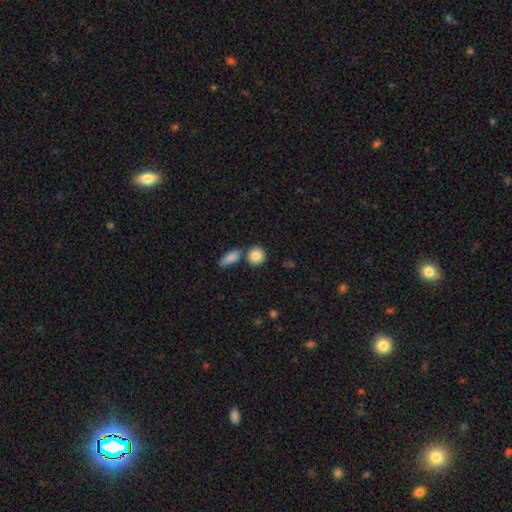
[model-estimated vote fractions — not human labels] Smooth or featured: smooth — 86% (star or artifact — 7%)
How rounded: round — 82% (in between — 16%)
Merging: none — 71% (merger — 17%)